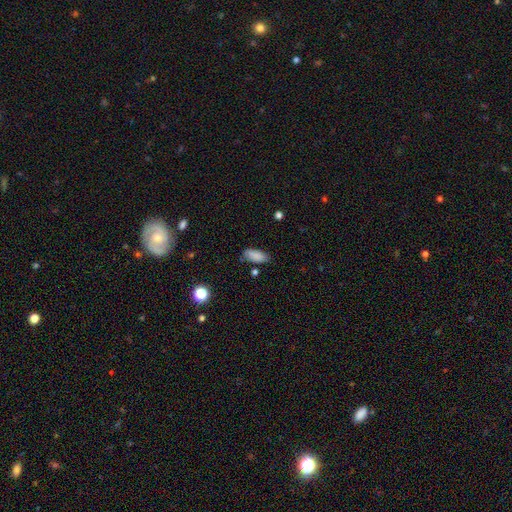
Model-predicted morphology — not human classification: Q: Smooth or featured?
A: smooth (86%); runner-up: star or artifact (8%)
Q: How rounded?
A: in between (85%); runner-up: cigar-shaped (13%)
Q: Merging?
A: none (75%); runner-up: minor disturbance (19%)